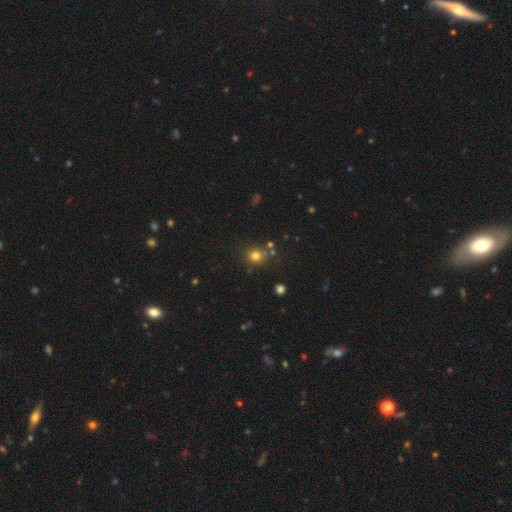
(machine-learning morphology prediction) smooth-or-featured: smooth: 76% | star or artifact: 16% | featured or disk: 7%
  how-rounded: round: 87% | in between: 12% | cigar-shaped: 1%
  merging: none: 77% | minor disturbance: 10% | merger: 9% | major disturbance: 4%